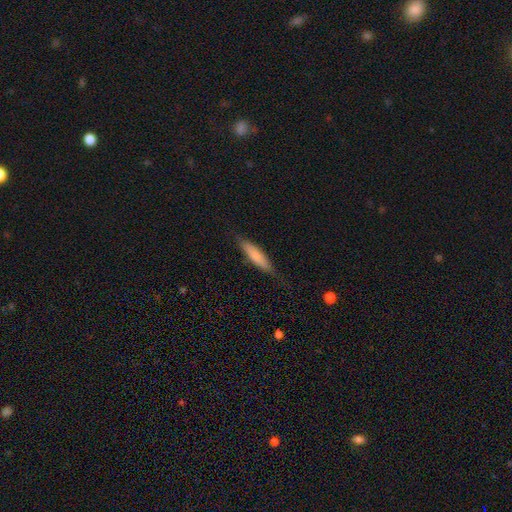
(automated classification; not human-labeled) This appears to be a smooth galaxy with no disk features (76%) that is cigar-shaped (77%). Merging: none (78%).